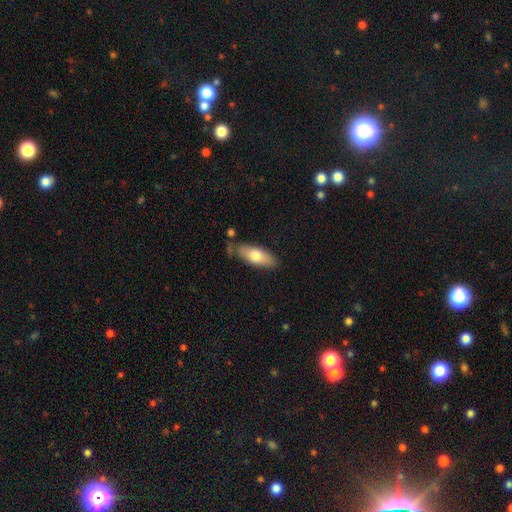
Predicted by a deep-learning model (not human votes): The model was most divided on "smooth or featured": smooth: 71%, featured or disk: 23%, star or artifact: 6%. More confident: how rounded — in between (74%); merging — none (69%).